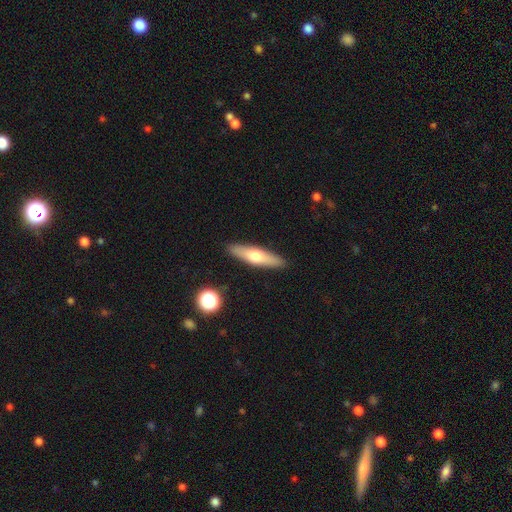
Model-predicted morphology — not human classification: The model was most divided on "smooth or featured": smooth: 53%, featured or disk: 40%, star or artifact: 6%. More confident: merging — none (90%); how rounded — cigar-shaped (73%).